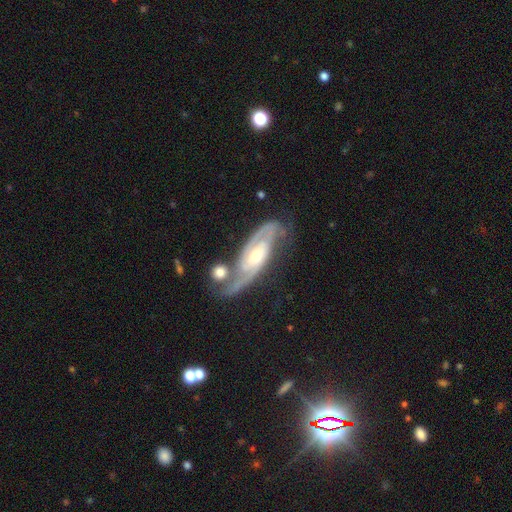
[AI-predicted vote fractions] smooth_or_featured: featured or disk (p=0.89) [alt: smooth p=0.06]
disk_edge_on: no (p=0.91) [alt: yes p=0.09]
bar: no (p=0.42) [alt: weak p=0.38]
has_spiral_arms: yes (p=0.97) [alt: no p=0.03]
spiral_winding: medium (p=0.47) [alt: tight p=0.39]
spiral_arm_count: 2 (p=0.87) [alt: can't tell p=0.05]
bulge_size: moderate (p=0.60) [alt: small p=0.33]
merging: none (p=0.59) [alt: minor disturbance p=0.16]